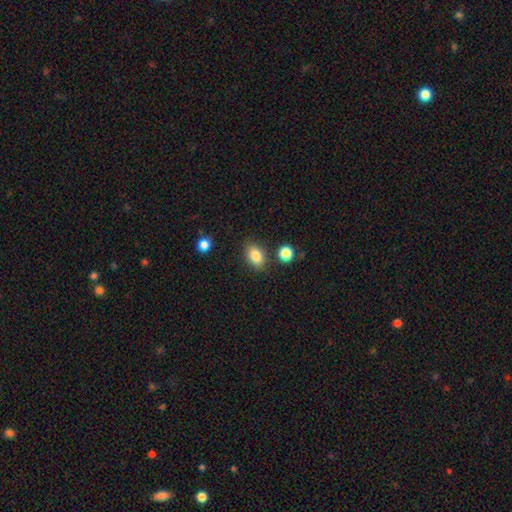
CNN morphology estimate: type=smooth (84%); roundness=in between (82%); merging=none (81%).